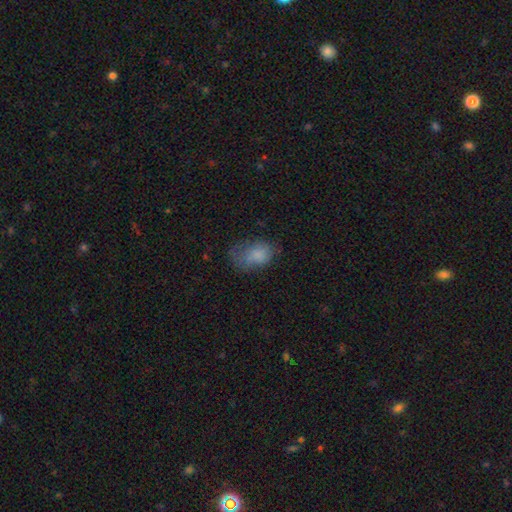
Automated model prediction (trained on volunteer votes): A smooth galaxy with no disk features (75%) that is in between round and cigar-shaped (81%).

Vote fractions:
- Smooth or featured? smooth: 75% / featured or disk: 15% / star or artifact: 10%
- How rounded? in between: 81% / round: 18% / cigar-shaped: 1%
- Merging? none: 37% / minor disturbance: 31% / major disturbance: 29% / merger: 3%